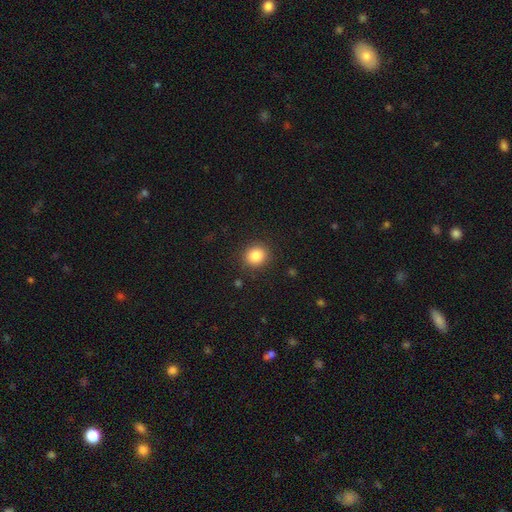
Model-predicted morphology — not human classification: smooth 85%, star or artifact 10%, featured or disk 5%. Down the decision tree: how rounded — round (84%); merging — none (89%).